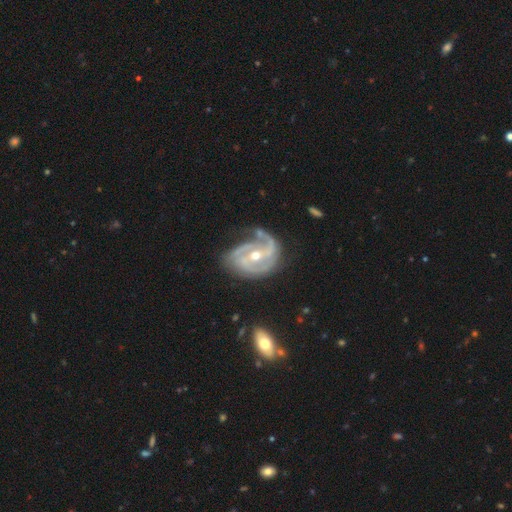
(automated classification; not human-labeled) featured or disk 91%, star or artifact 5%, smooth 4%. Down the decision tree: edge-on disk — no (98%); bar — weak (39%); spiral arms — yes (97%); spiral arm count — 2 (40%); spiral winding — medium (45%); bulge size — moderate (57%); merging — none (50%).